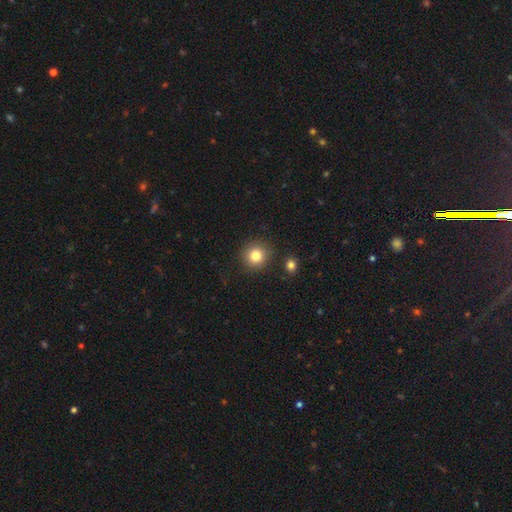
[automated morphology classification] A smooth galaxy with no disk features (82%) that is round (92%). Merging: none (89%).